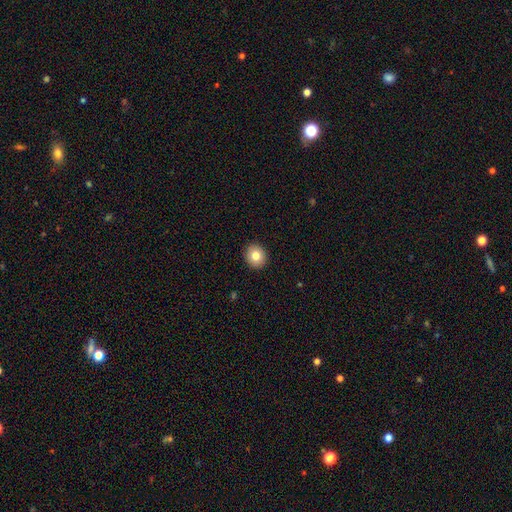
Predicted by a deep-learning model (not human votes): A smooth galaxy with no disk features (81%) that is round (80%). Merging: none (92%).